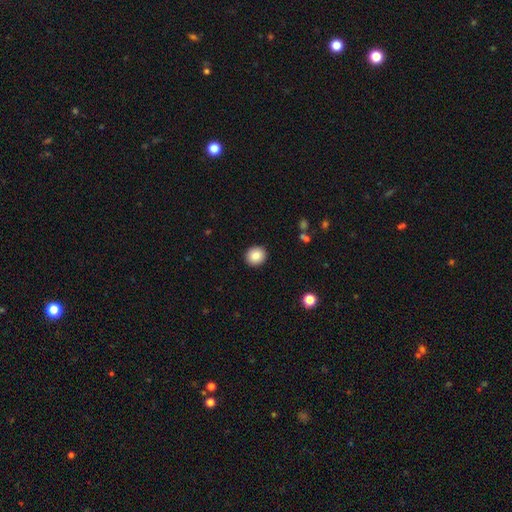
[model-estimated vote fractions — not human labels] Smooth or featured: smooth — 84% (star or artifact — 9%)
How rounded: round — 89% (in between — 10%)
Merging: none — 92% (minor disturbance — 5%)